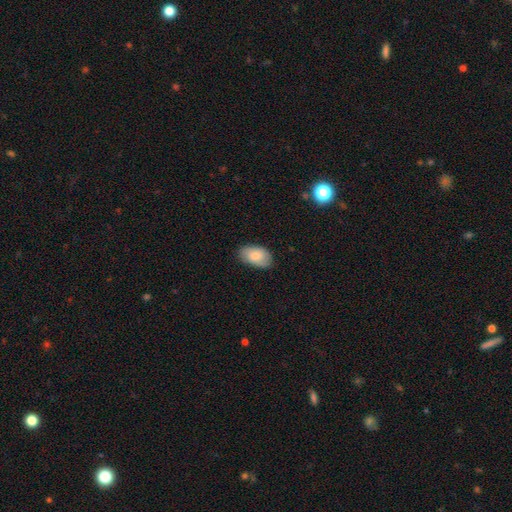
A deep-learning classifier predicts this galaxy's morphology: Q: Smooth or featured?
A: smooth (82%); runner-up: featured or disk (12%)
Q: How rounded?
A: in between (93%); runner-up: round (5%)
Q: Merging?
A: none (81%); runner-up: minor disturbance (15%)